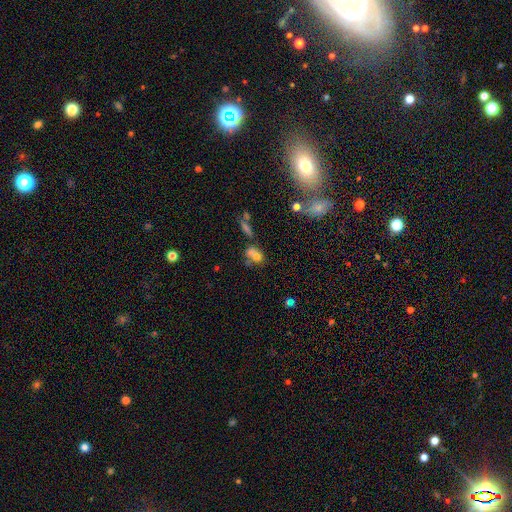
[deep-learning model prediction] Smooth or featured? Predicted: smooth (p=0.67). How rounded? Predicted: round (p=0.53). Merging? Predicted: merger (p=0.52).